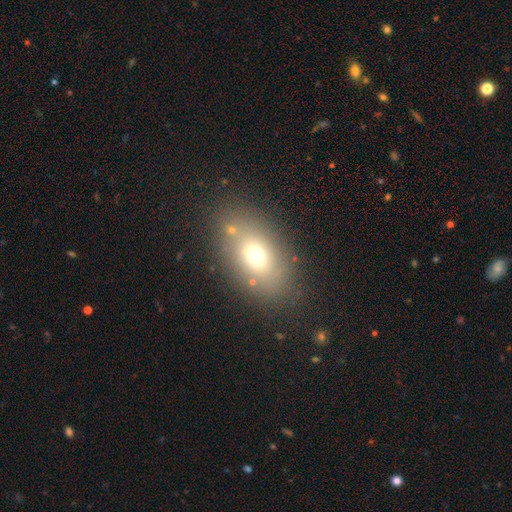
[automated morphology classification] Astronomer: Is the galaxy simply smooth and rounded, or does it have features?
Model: smooth — 67%.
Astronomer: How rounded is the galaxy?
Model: in between — 81%.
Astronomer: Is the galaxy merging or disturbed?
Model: none — 77%.